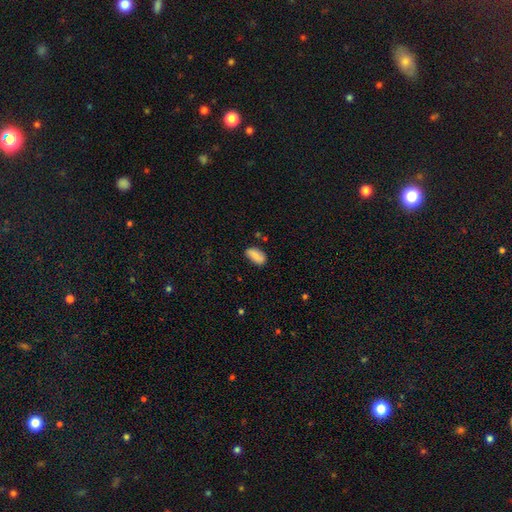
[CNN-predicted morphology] The model was most divided on "merging": none: 77%, minor disturbance: 17%, major disturbance: 3%, merger: 3%. More confident: how rounded — in between (92%); smooth or featured — smooth (82%).